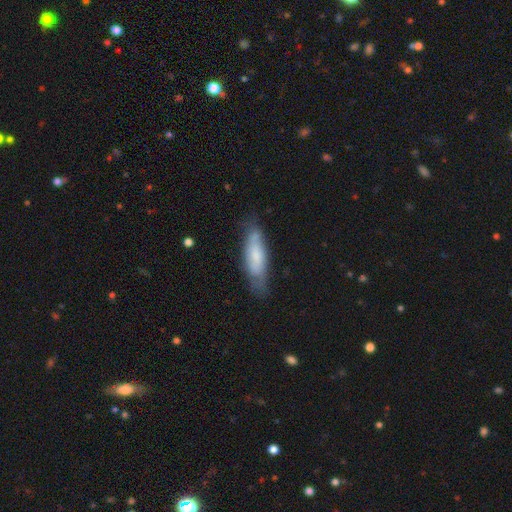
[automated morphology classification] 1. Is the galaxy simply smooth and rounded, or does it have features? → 58% smooth, 36% featured or disk, 6% star or artifact.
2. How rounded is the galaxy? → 53% cigar-shaped, 46% in between, 2% round.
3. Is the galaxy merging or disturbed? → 66% none, 25% minor disturbance, 7% major disturbance, 2% merger.